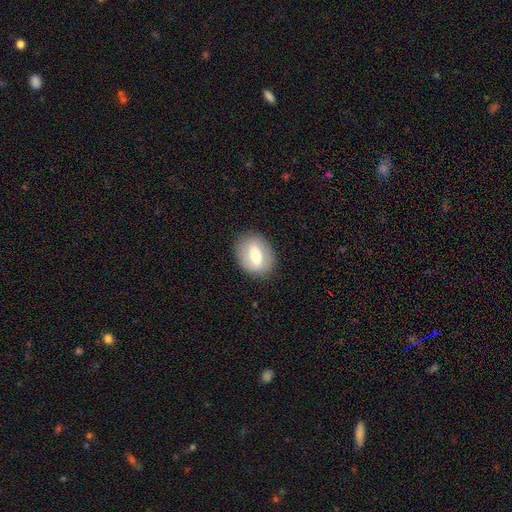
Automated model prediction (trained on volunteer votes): The model was most divided on "smooth or featured": smooth: 53%, featured or disk: 40%, star or artifact: 7%. More confident: merging — none (85%); how rounded — in between (58%).